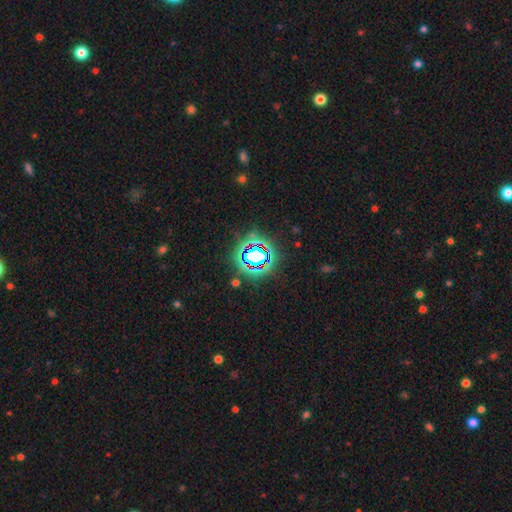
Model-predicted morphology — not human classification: type=star or artifact (72%).